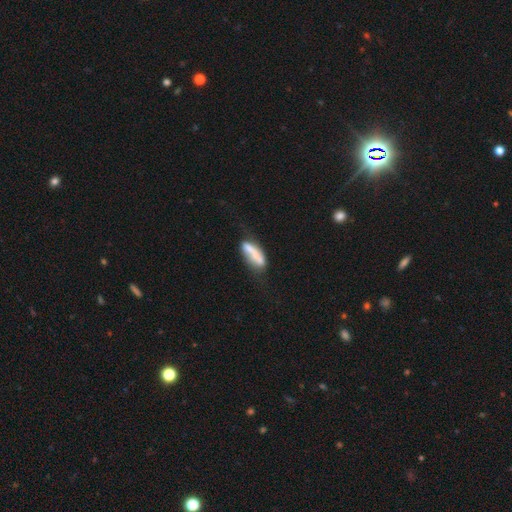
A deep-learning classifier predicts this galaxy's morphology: A smooth galaxy with no disk features (58%) that is cigar-shaped (53%).

Vote fractions:
- Smooth or featured? smooth: 58% / featured or disk: 34% / star or artifact: 8%
- How rounded? cigar-shaped: 53% / in between: 44% / round: 3%
- Merging? none: 40% / minor disturbance: 27% / merger: 17% / major disturbance: 16%